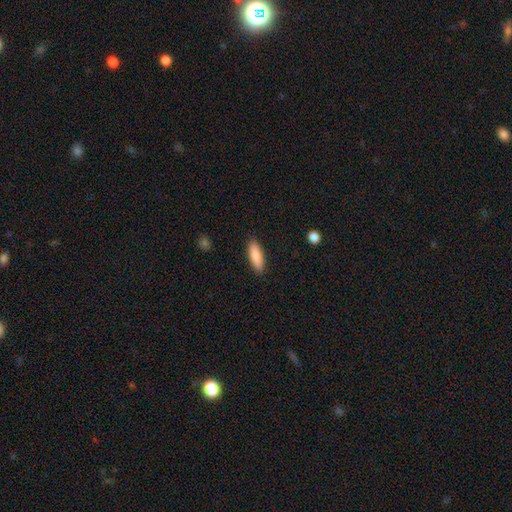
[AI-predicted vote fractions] This appears to be a smooth galaxy with no disk features (87%) that is cigar-shaped (51%). Merging: none (90%).